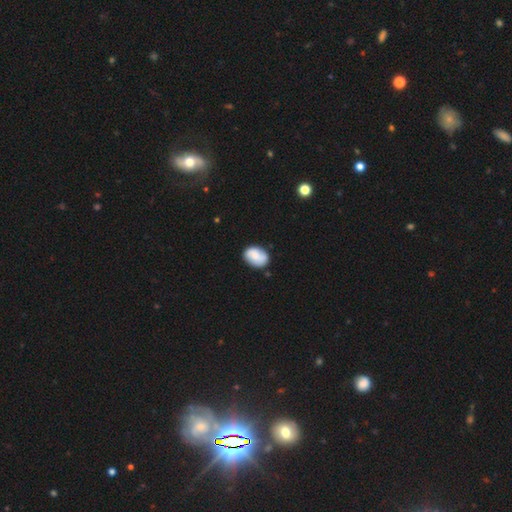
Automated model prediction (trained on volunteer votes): Smooth or featured?
  - smooth: 68% *
  - featured or disk: 24%
  - star or artifact: 7%
How rounded?
  - in between: 72% *
  - round: 27%
  - cigar-shaped: 1%
Merging?
  - none: 77% *
  - minor disturbance: 17%
  - major disturbance: 3%
  - merger: 2%